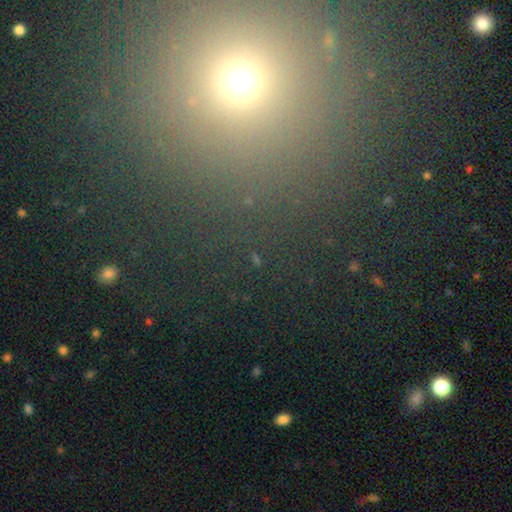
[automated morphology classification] Q: Smooth or featured?
A: star or artifact (62%); runner-up: smooth (27%)